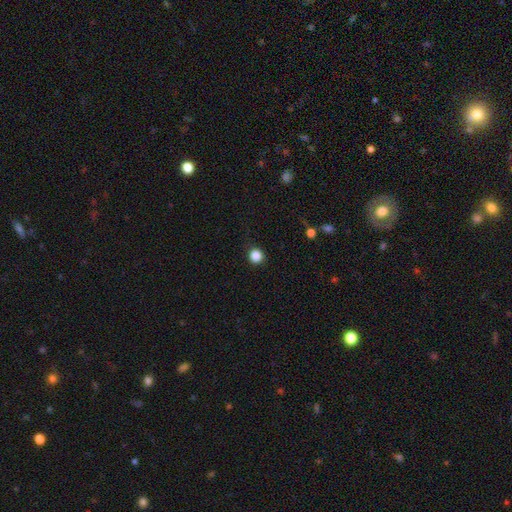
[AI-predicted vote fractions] Smooth or featured?
  - smooth: 86% *
  - star or artifact: 11%
  - featured or disk: 3%
How rounded?
  - round: 93% *
  - in between: 6%
  - cigar-shaped: 1%
Merging?
  - none: 91% *
  - minor disturbance: 6%
  - major disturbance: 2%
  - merger: 1%